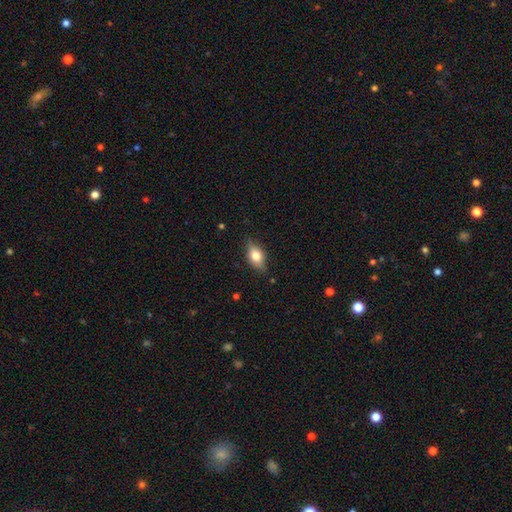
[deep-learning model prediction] A smooth galaxy with no disk features (69%) that is in between round and cigar-shaped (83%).

Vote fractions:
- Smooth or featured? smooth: 69% / featured or disk: 24% / star or artifact: 8%
- How rounded? in between: 83% / round: 9% / cigar-shaped: 8%
- Merging? none: 80% / minor disturbance: 16% / major disturbance: 3% / merger: 1%